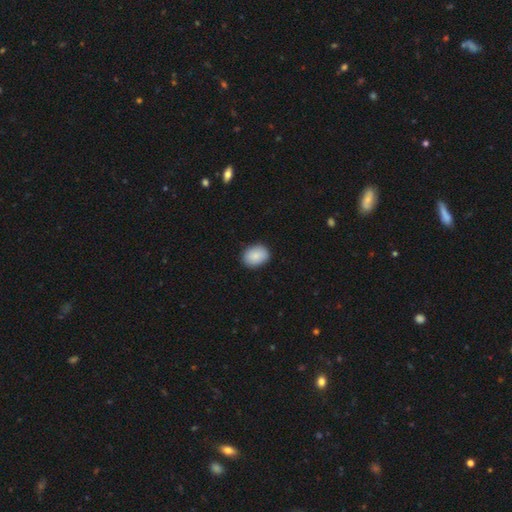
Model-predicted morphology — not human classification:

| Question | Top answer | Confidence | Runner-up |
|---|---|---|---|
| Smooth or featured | smooth | 89% | star or artifact (7%) |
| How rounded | in between | 66% | round (34%) |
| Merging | none | 88% | minor disturbance (9%) |